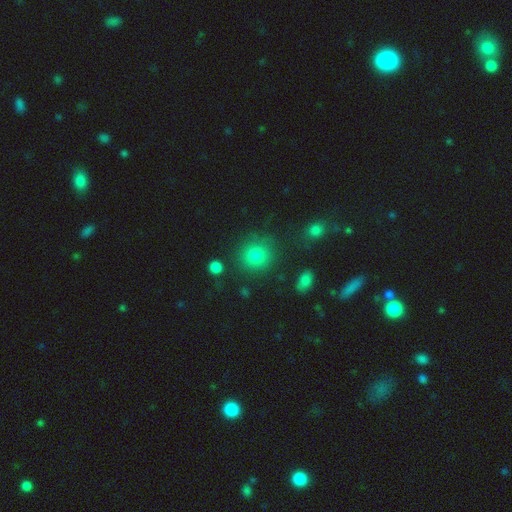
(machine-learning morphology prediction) type=smooth (80%); roundness=round (87%); merging=none (81%).